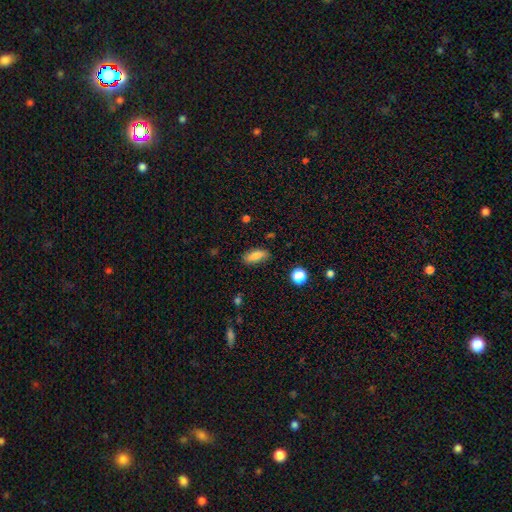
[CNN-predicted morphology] The model was most divided on "how rounded": in between: 78%, cigar-shaped: 19%, round: 3%. More confident: merging — none (83%); smooth or featured — smooth (83%).